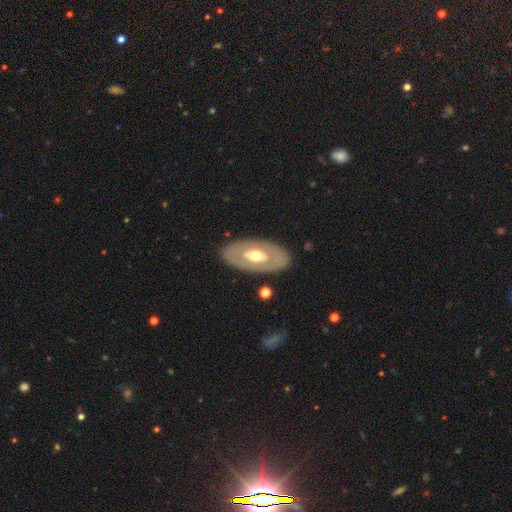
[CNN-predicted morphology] This is possibly a featured or disk galaxy (58%). It is clearly not viewed edge-on (86%). Merging: clearly none (84%).